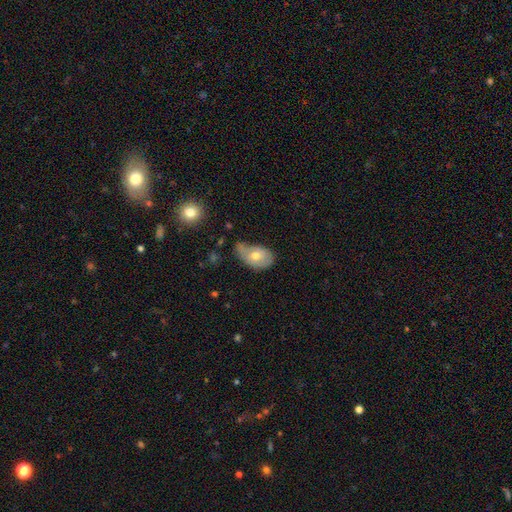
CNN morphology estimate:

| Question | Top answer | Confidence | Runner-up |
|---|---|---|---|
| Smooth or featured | smooth | 63% | featured or disk (29%) |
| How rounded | in between | 87% | round (11%) |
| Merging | minor disturbance | 43% | none (31%) |